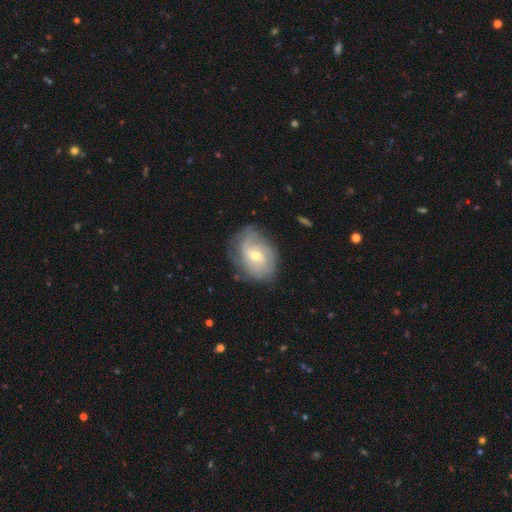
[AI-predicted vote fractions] This is likely a featured or disk galaxy (74%). It is clearly not viewed edge-on (96%). Bar: likely no (61%). Spiral arm pattern: clearly yes (90%). Spiral arm count: marginally can't tell (36%). Spiral winding: possibly tight (51%). Central bulge: possibly small (49%). Merging: likely none (71%).